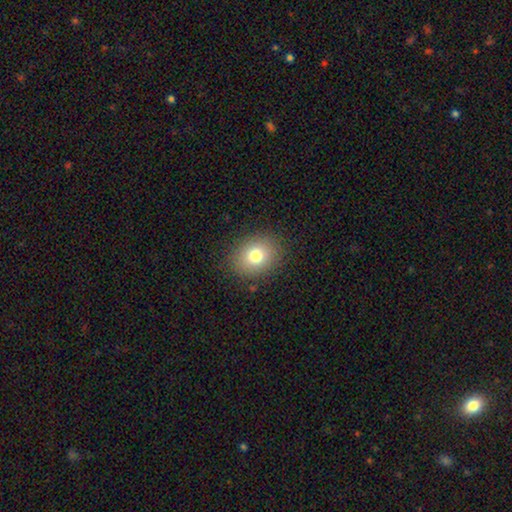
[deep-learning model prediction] Smooth or featured? Predicted: smooth (p=0.78). How rounded? Predicted: round (p=0.51). Merging? Predicted: none (p=0.87).